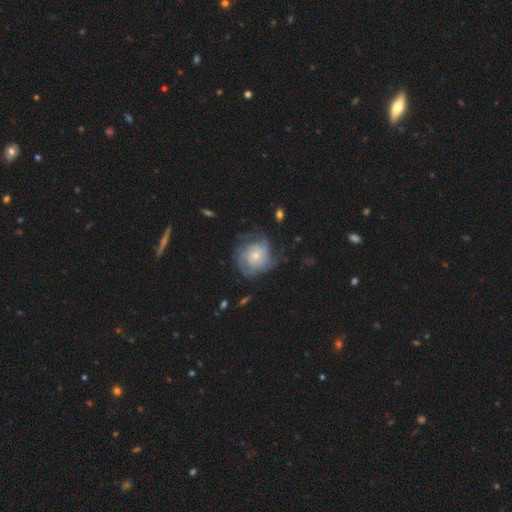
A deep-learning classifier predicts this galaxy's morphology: A featured or disk galaxy (73%) with no bar (78%), tight (51%) spiral arms (90%) and a small central bulge (64%). Merging: none (59%).